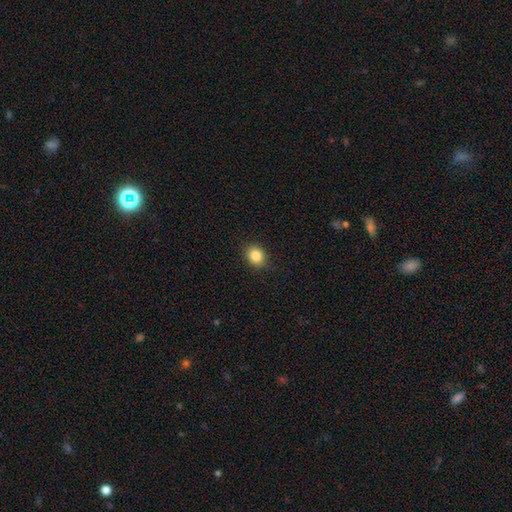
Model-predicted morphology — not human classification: This is clearly a smooth galaxy (86%). How rounded: likely round (63%). Merging: clearly none (89%).